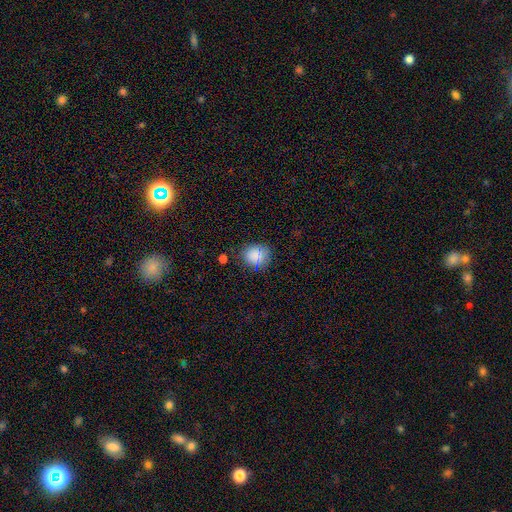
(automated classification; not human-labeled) The model was most divided on "how rounded": round: 73%, in between: 25%, cigar-shaped: 1%. More confident: smooth or featured — smooth (80%); merging — none (77%).